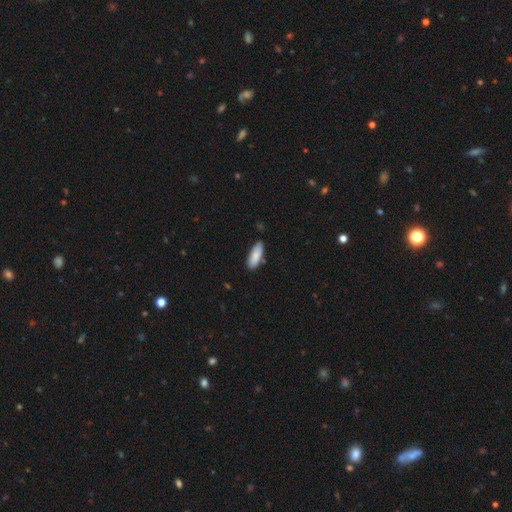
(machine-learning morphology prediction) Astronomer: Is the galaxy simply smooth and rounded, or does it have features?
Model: smooth — 87%.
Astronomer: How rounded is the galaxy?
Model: in between — 74%.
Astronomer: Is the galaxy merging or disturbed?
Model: none — 82%.